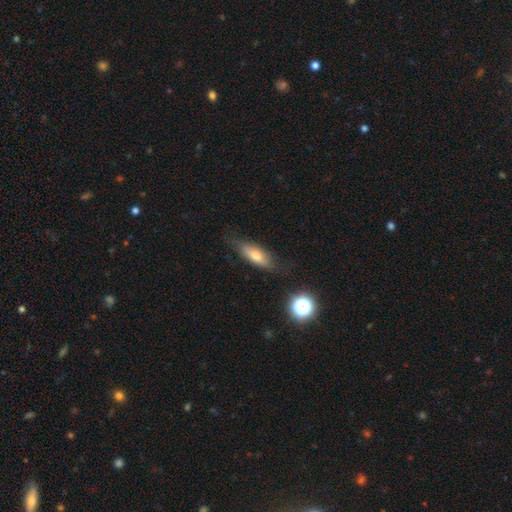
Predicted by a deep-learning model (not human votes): Overall: smooth (58%; featured or disk 32%). How rounded: in between (49%; cigar-shaped 47%). Merging: none (73%).